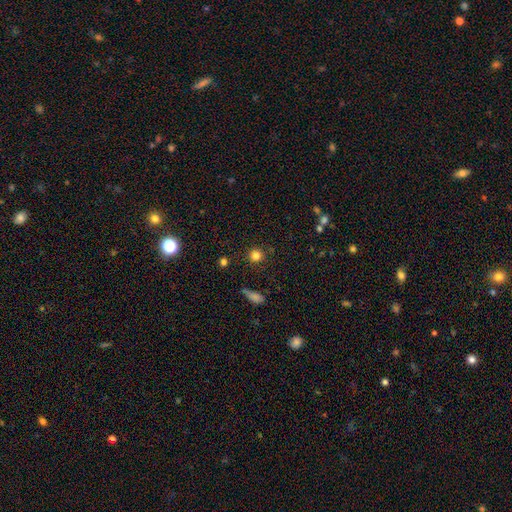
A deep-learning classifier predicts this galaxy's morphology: type=smooth (81%); roundness=round (92%); merging=none (86%).